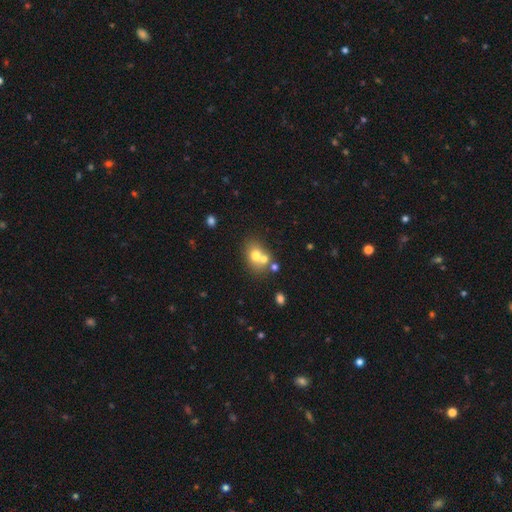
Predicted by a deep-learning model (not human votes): The model was most divided on "merging": none: 44%, merger: 42%, minor disturbance: 10%, major disturbance: 4%. More confident: smooth or featured — smooth (66%); how rounded — round (51%).